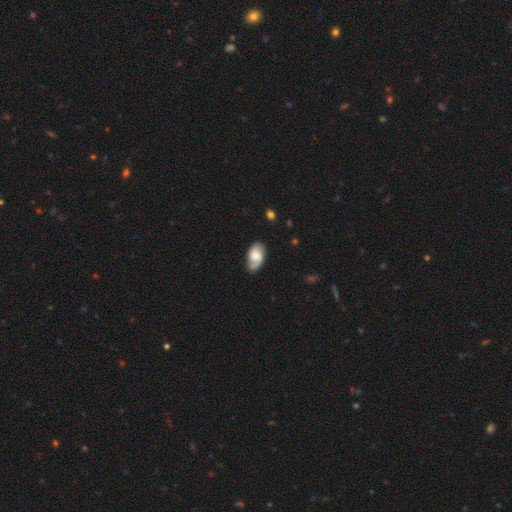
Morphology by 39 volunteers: Volunteers were most divided on "spiral winding": loose: 57%, medium: 36%, tight: 7%. More confident: edge-on disk — no (97%); spiral arms — yes (97%); spiral arm count — 2 (79%); smooth or featured — featured or disk (77%); merging — none (70%); bar — weak (59%); bulge size — moderate (52%).